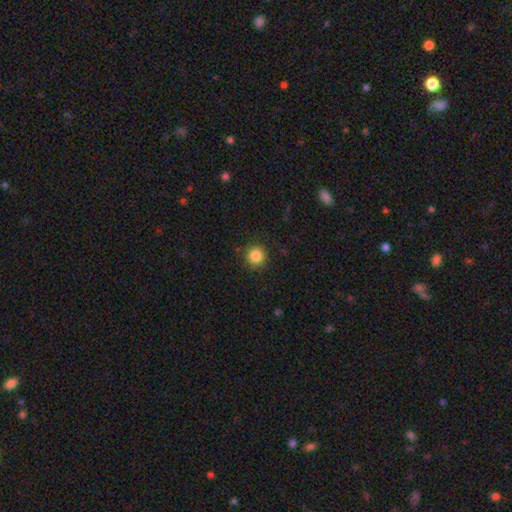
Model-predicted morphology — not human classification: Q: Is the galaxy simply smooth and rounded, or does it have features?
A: smooth — 85%.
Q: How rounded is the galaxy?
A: round — 94%.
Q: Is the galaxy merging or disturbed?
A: none — 89%.